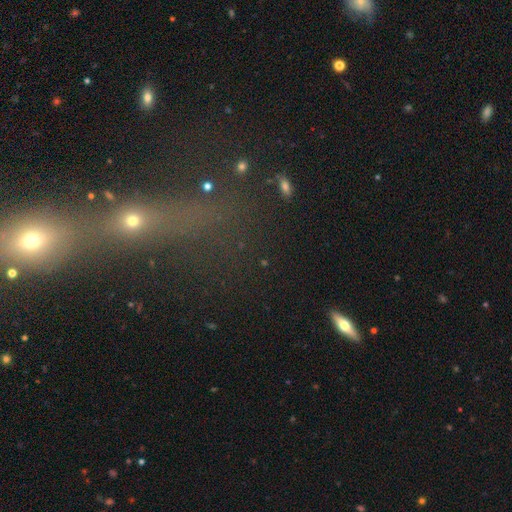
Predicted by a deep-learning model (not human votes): Morphology: type=star or artifact (41%).